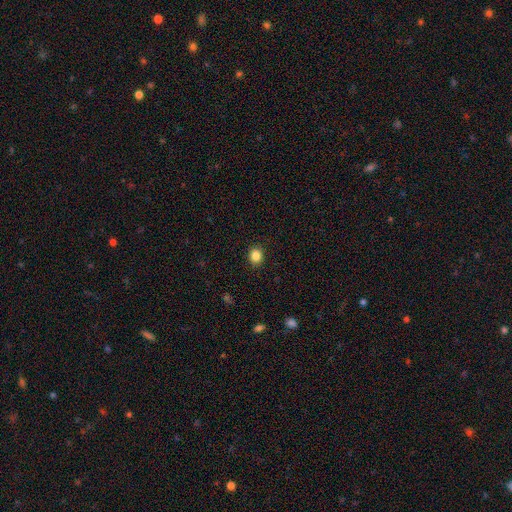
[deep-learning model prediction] This appears to be a smooth galaxy with no disk features (86%) that is round (68%). Merging: none (91%).